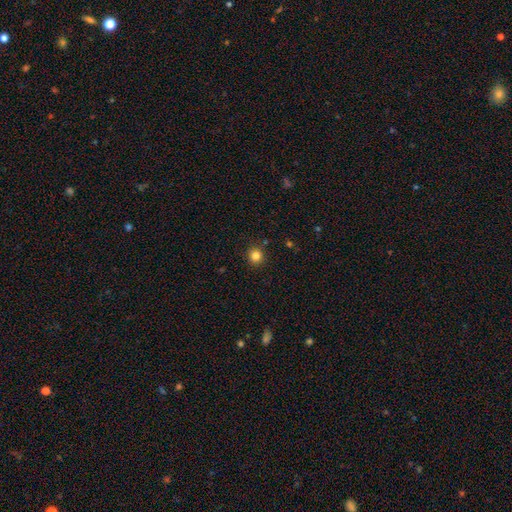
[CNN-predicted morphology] Smooth or featured? Predicted: smooth (p=0.83). How rounded? Predicted: round (p=0.91). Merging? Predicted: none (p=0.90).